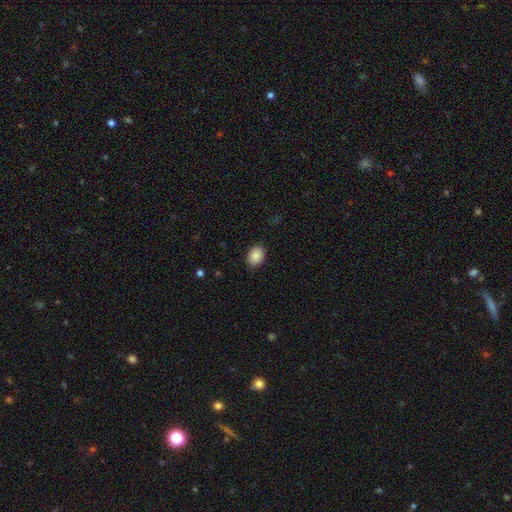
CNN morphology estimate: The model was most divided on "how rounded": in between: 74%, round: 25%, cigar-shaped: 1%. More confident: smooth or featured — smooth (90%); merging — none (87%).